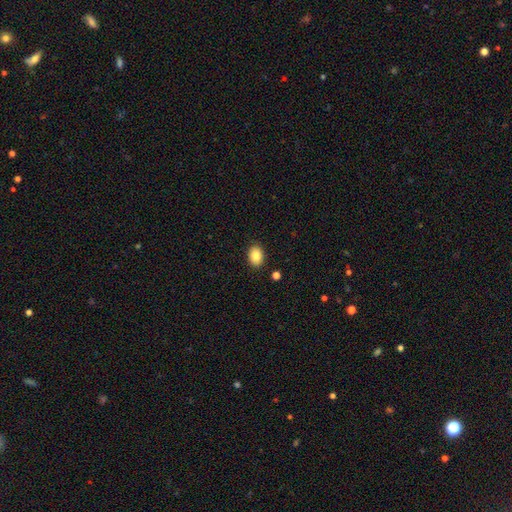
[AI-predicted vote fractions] Overall: smooth (86%). How rounded: in between (77%). Merging: none (89%).